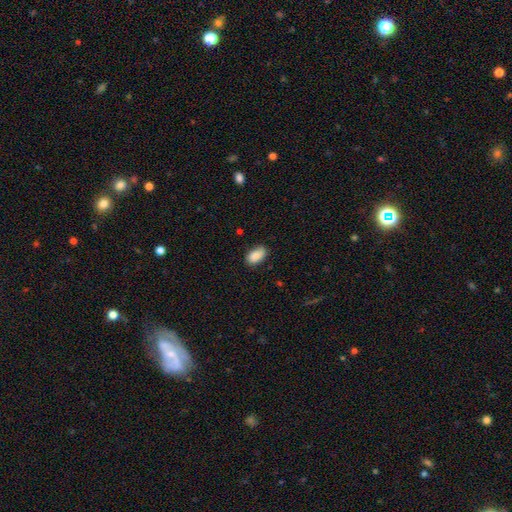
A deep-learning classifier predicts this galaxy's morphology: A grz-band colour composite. It shows a smooth galaxy with no disk features (89%) that is in between round and cigar-shaped (93%). Merging: none (80%).